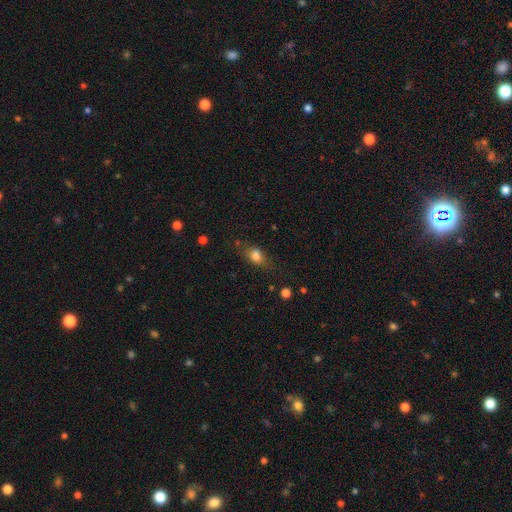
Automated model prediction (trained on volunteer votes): smooth 75%, featured or disk 14%, star or artifact 11%. Down the decision tree: how rounded — in between (69%); merging — none (62%).